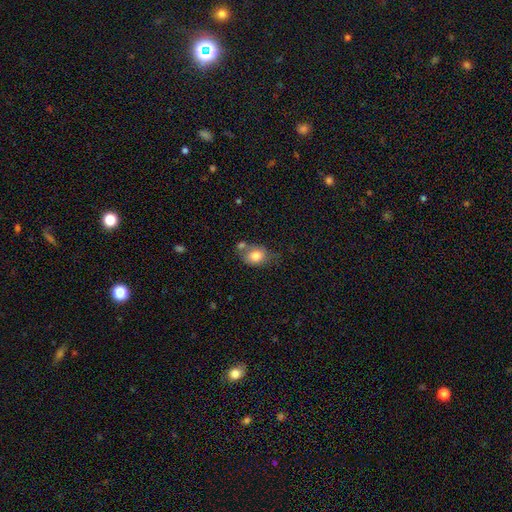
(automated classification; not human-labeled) Q: Smooth or featured?
A: smooth (78%); runner-up: featured or disk (14%)
Q: How rounded?
A: in between (59%); runner-up: round (39%)
Q: Merging?
A: none (44%); runner-up: merger (24%)